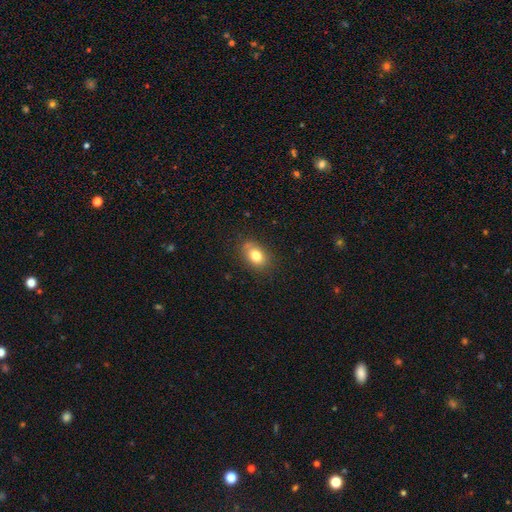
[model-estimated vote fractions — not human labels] Overall: smooth (79%). How rounded: in between (77%). Merging: none (75%).